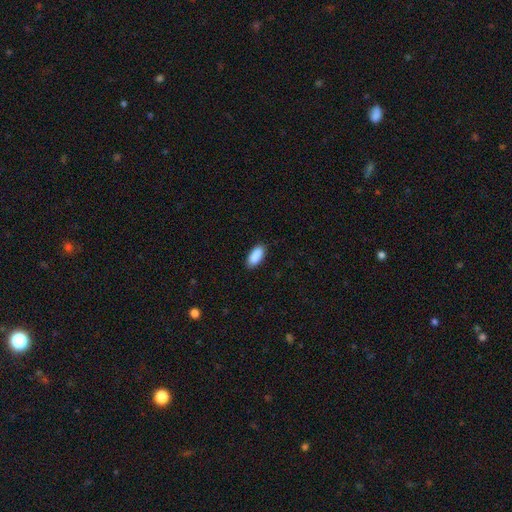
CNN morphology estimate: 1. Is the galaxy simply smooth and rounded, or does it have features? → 90% smooth, 6% star or artifact, 3% featured or disk.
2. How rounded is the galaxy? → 88% in between, 10% cigar-shaped, 2% round.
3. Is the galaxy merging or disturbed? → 87% none, 10% minor disturbance, 2% major disturbance, 1% merger.